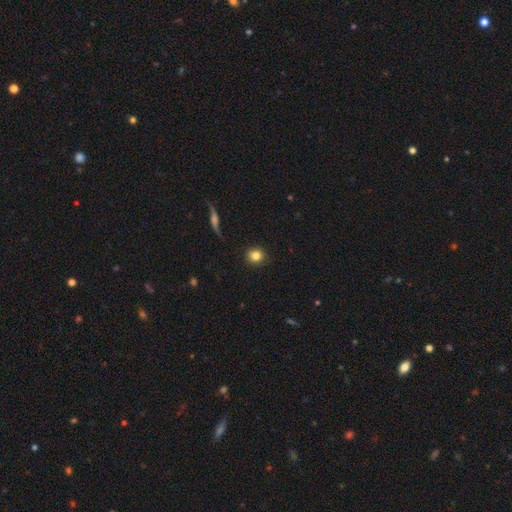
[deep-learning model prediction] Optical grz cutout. It shows a smooth galaxy with no disk features (83%) that is round (88%). Merging: none (90%).